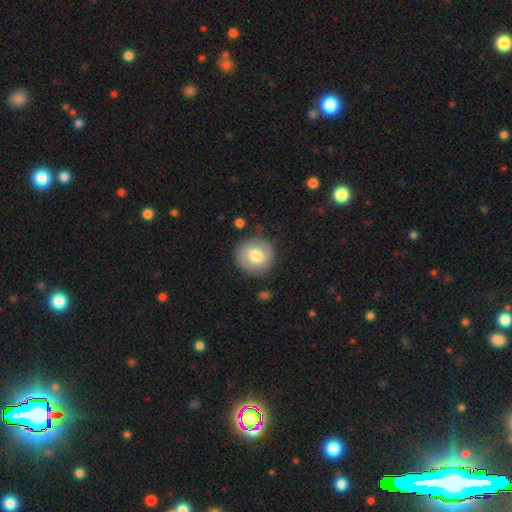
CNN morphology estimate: Smooth or featured? Predicted: smooth (p=0.75). How rounded? Predicted: round (p=0.89). Merging? Predicted: none (p=0.83).